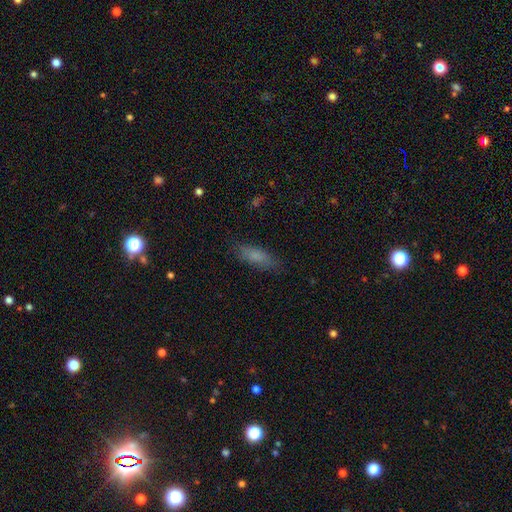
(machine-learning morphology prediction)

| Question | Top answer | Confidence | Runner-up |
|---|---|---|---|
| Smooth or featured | smooth | 79% | featured or disk (13%) |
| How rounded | in between | 53% | cigar-shaped (45%) |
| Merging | none | 81% | minor disturbance (14%) |